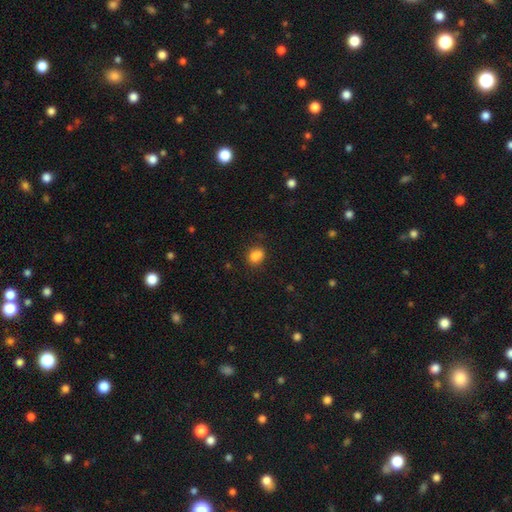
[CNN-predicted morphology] This is clearly a smooth galaxy (83%). How rounded: possibly in between (54%). Merging: likely none (68%).